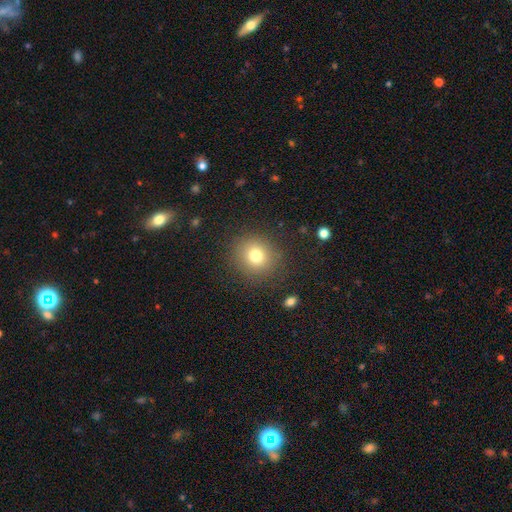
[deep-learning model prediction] Smooth or featured? smooth (76%)
How rounded? round (88%)
Merging? none (86%)